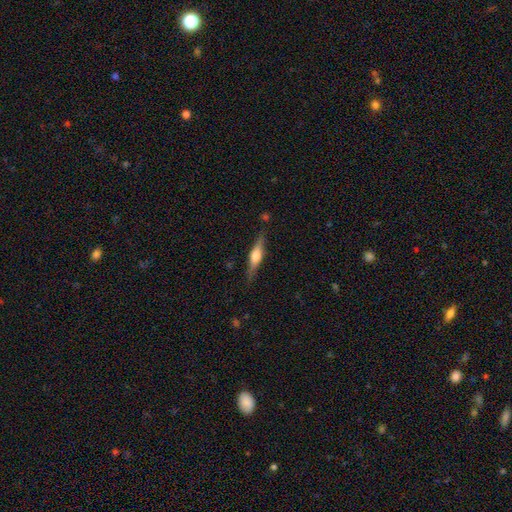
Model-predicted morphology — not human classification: Smooth or featured: featured or disk — 61% (smooth — 33%)
Edge-on disk: yes — 96% (no — 4%)
Edge-on bulge: rounded — 87% (boxy — 10%)
Merging: none — 84% (minor disturbance — 12%)